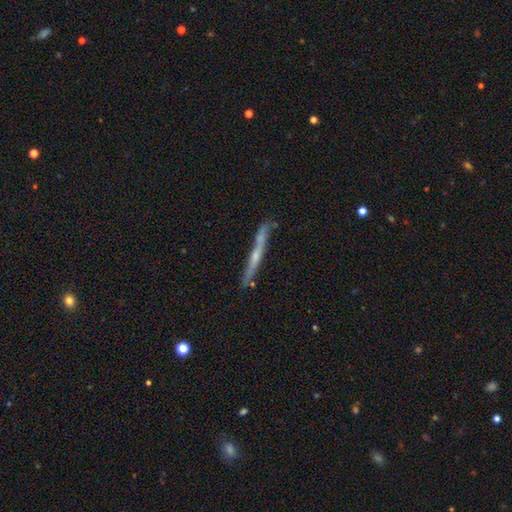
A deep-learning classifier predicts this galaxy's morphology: Q: Smooth or featured?
A: featured or disk (66%); runner-up: smooth (28%)
Q: Edge-on disk?
A: yes (94%); runner-up: no (6%)
Q: Edge-on bulge?
A: rounded (46%); tied with: none (46%)
Q: Merging?
A: none (79%); runner-up: minor disturbance (16%)